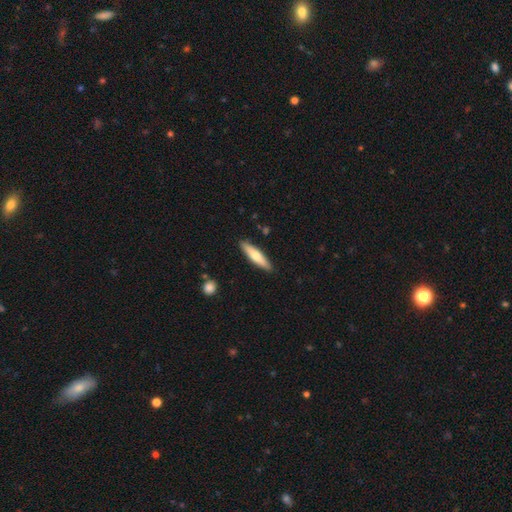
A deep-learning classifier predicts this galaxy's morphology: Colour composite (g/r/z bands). It shows a smooth galaxy with no disk features (64%) that is cigar-shaped (78%). Merging: none (89%).